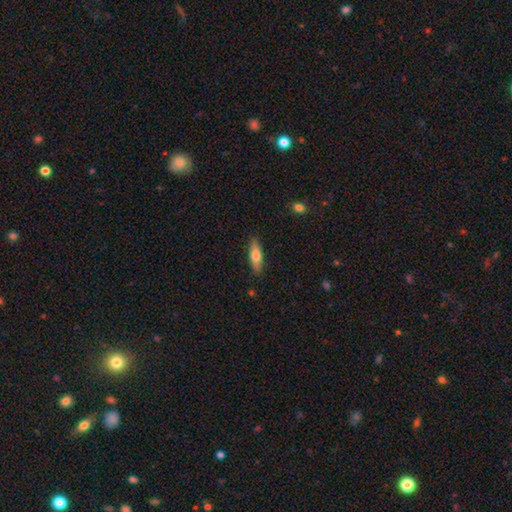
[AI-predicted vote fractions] A smooth galaxy with no disk features (70%) that is in between round and cigar-shaped (53%). Merging: none (88%).